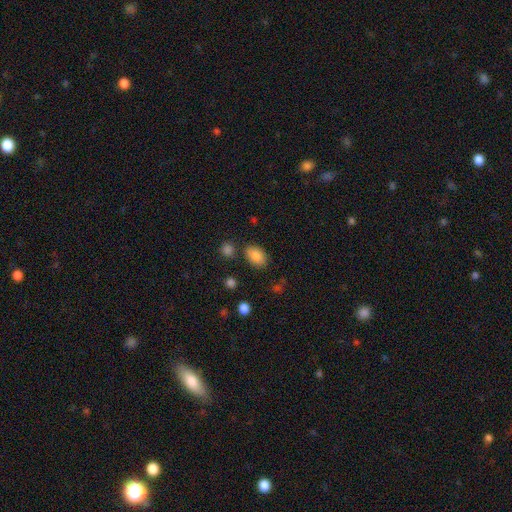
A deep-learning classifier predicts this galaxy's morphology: Smooth or featured? smooth (85%)
How rounded? in between (86%)
Merging? none (78%)